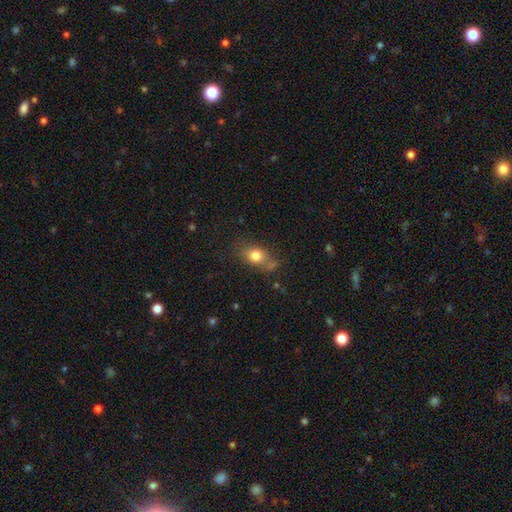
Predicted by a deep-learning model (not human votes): This appears to be a smooth galaxy with no disk features (78%) that is in between round and cigar-shaped (60%). Merging: none (59%).